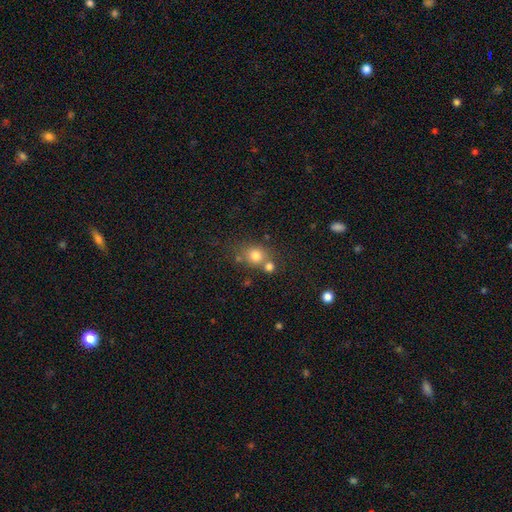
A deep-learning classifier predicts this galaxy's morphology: Overall: smooth (76%). How rounded: round (79%). Merging: none (56%; merger 29%).